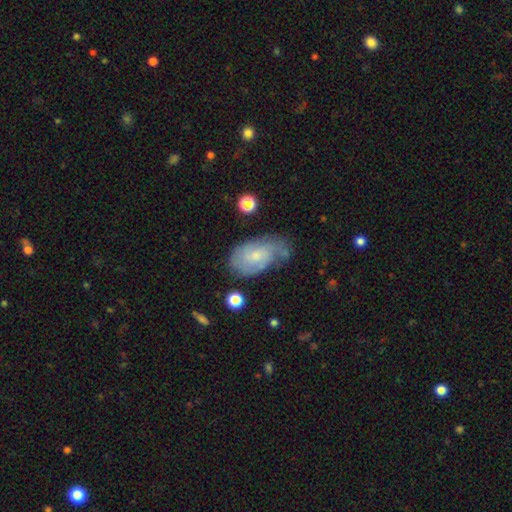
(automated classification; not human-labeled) This appears to be a featured or disk galaxy (57%) with no bar (65%), spiral arms (84%) and a small central bulge (66%). Merging: none (53%).